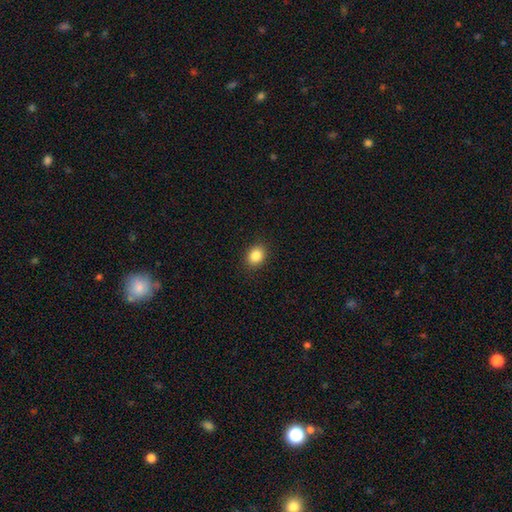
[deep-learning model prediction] Morphology: type=smooth (85%); roundness=round (54%); merging=none (90%).